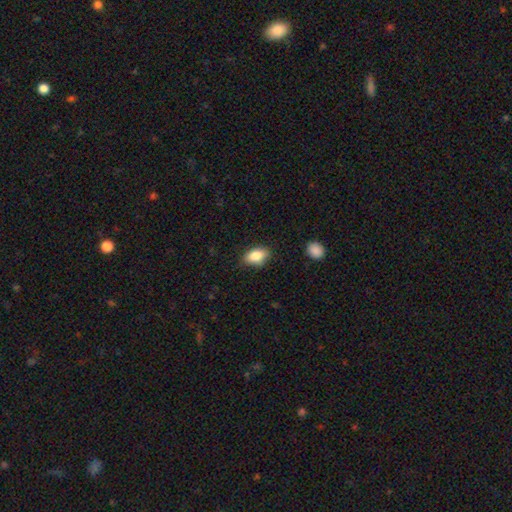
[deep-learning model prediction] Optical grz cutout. It shows a smooth galaxy with no disk features (85%) that is in between round and cigar-shaped (86%). Merging: none (79%).